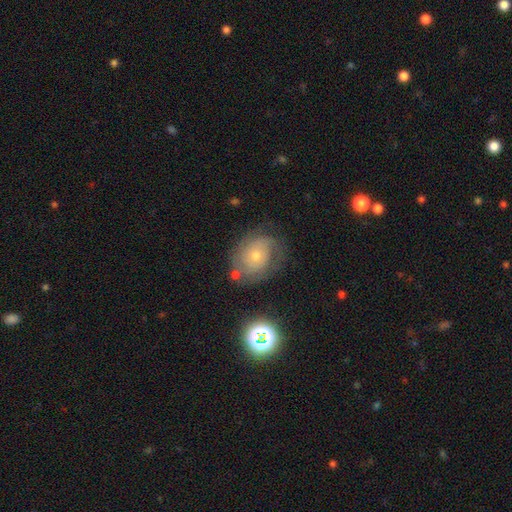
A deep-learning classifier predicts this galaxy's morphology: Smooth or featured?
  - featured or disk: 59% *
  - smooth: 27%
  - star or artifact: 13%
Edge-on disk?
  - no: 96% *
  - yes: 4%
Bar?
  - no: 83% *
  - weak: 14%
  - strong: 3%
Spiral arms?
  - yes: 81% *
  - no: 19%
Bulge size?
  - small: 60% *
  - moderate: 36%
  - large: 2%
  - none: 1%
  - dominant: 1%
Merging?
  - none: 64% *
  - minor disturbance: 21%
  - major disturbance: 11%
  - merger: 3%